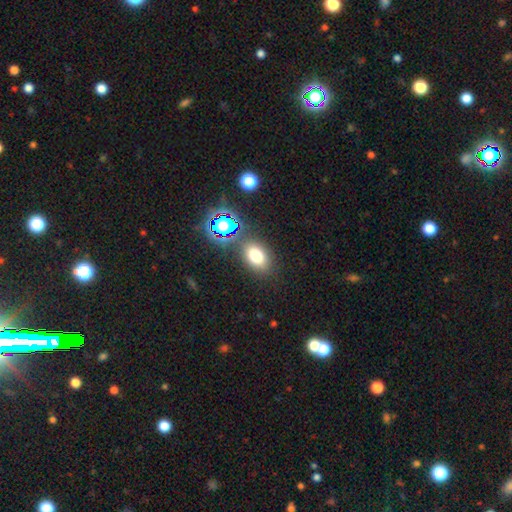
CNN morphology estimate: The model was most divided on "how rounded": in between: 75%, round: 23%, cigar-shaped: 2%. More confident: merging — none (81%); smooth or featured — smooth (72%).